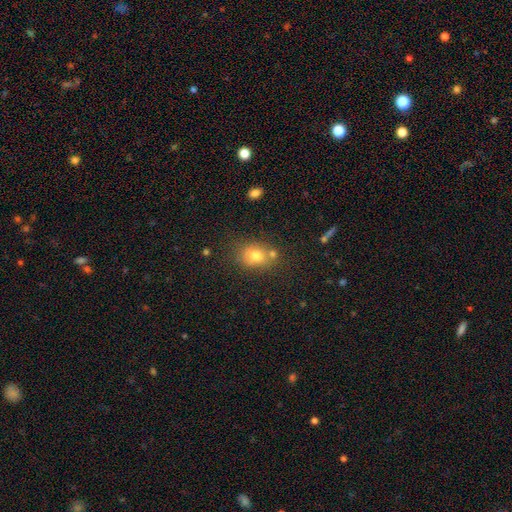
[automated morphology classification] This is likely a smooth galaxy (73%). How rounded: possibly round (51%). Merging: likely none (60%).